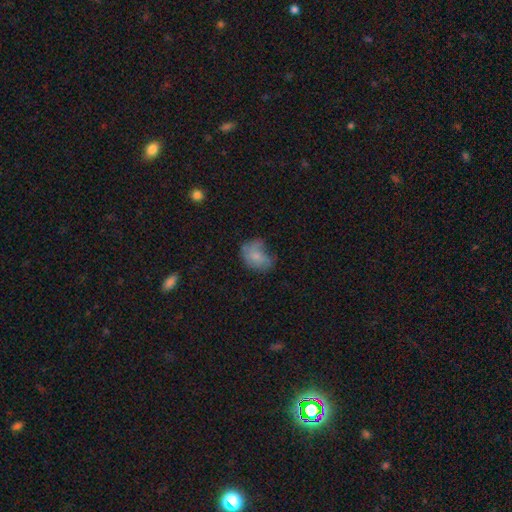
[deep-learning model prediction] A smooth galaxy with no disk features (62%) that is in between round and cigar-shaped (62%). Merging: none (37%).